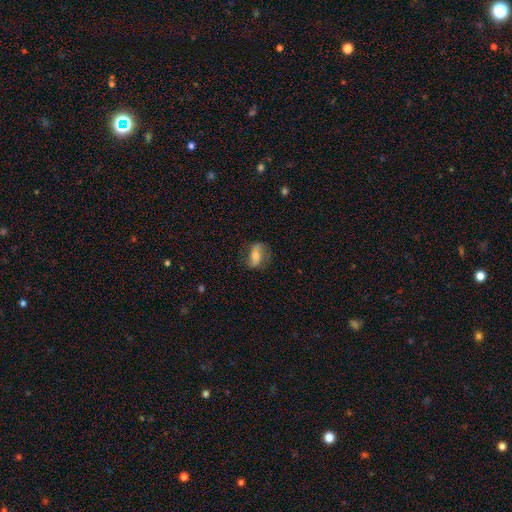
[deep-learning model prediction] This appears to be a featured or disk galaxy (57%) with a strong bar (37%), spiral arms (82%) and a moderate central bulge (52%). Merging: none (70%).